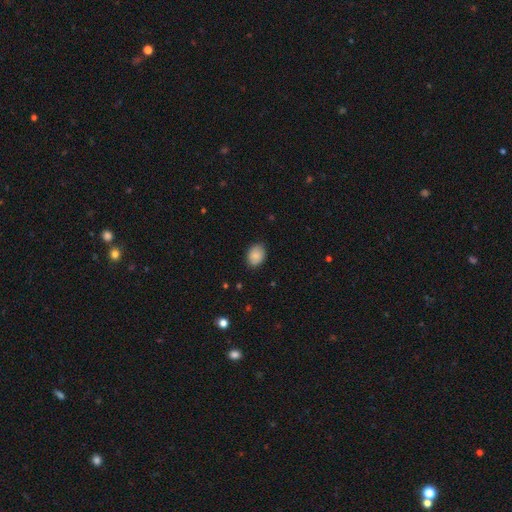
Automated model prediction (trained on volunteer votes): A smooth galaxy with no disk features (87%) that is in between round and cigar-shaped (67%).

Vote fractions:
- Smooth or featured? smooth: 87% / star or artifact: 7% / featured or disk: 5%
- How rounded? in between: 67% / round: 32% / cigar-shaped: 1%
- Merging? none: 84% / minor disturbance: 12% / major disturbance: 2% / merger: 1%